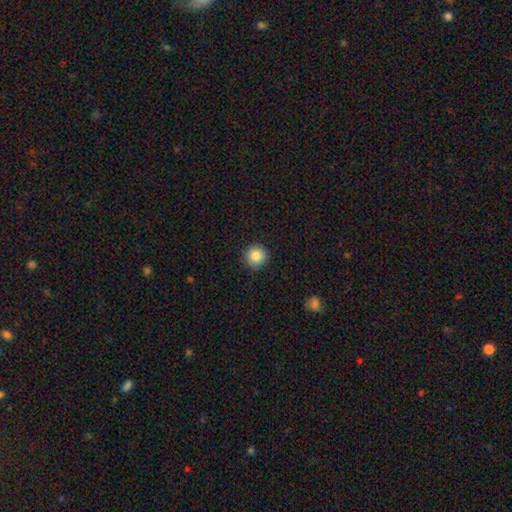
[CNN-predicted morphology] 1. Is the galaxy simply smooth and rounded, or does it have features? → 86% smooth, 9% star or artifact, 5% featured or disk.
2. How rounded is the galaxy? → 95% round, 5% in between, 1% cigar-shaped.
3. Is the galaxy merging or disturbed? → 91% none, 6% minor disturbance, 2% major disturbance, 1% merger.